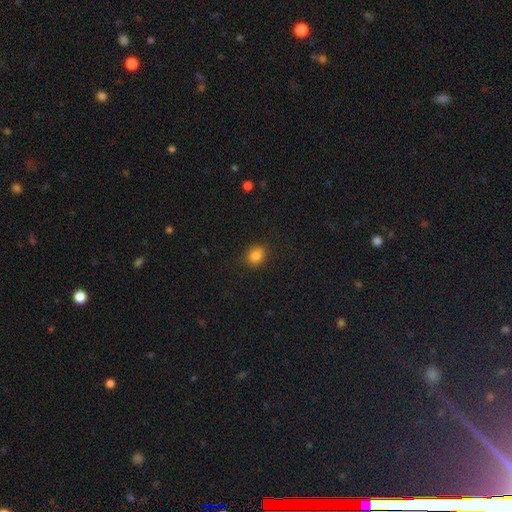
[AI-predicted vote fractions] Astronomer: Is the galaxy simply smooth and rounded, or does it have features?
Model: smooth — 84%.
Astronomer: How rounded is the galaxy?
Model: round — 73%.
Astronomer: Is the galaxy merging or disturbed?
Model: none — 88%.